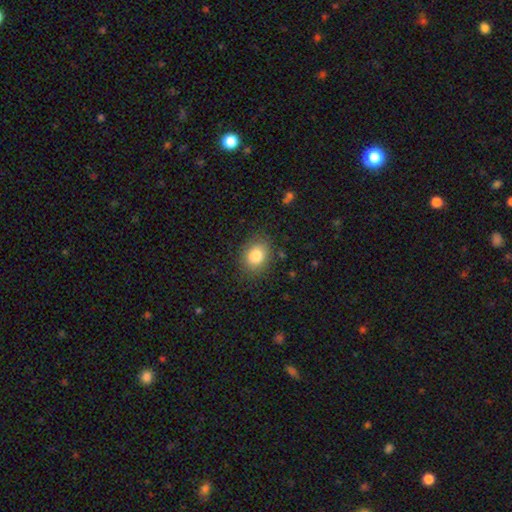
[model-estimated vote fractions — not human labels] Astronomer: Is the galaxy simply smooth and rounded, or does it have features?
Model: smooth — 83%.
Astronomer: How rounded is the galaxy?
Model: in between — 53% (runner-up: round, 46%).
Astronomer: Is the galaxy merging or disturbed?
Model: none — 83%.